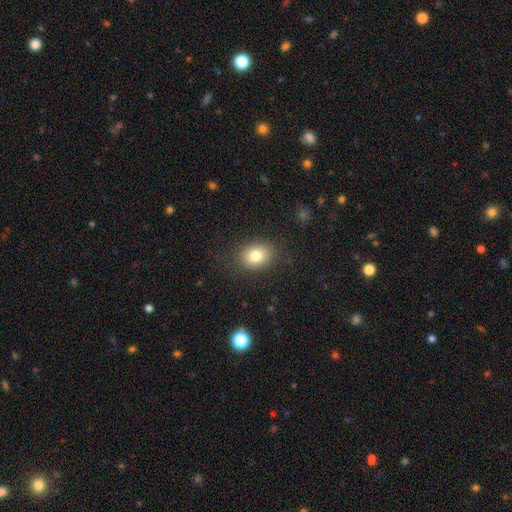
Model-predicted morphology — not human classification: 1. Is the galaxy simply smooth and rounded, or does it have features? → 81% smooth, 10% star or artifact, 9% featured or disk.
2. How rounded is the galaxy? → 59% in between, 40% round, 1% cigar-shaped.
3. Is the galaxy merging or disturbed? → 84% none, 11% minor disturbance, 4% major disturbance, 1% merger.